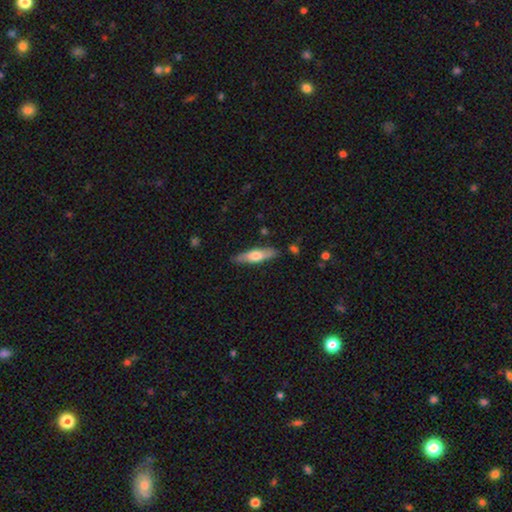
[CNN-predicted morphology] Overall: smooth (55%; featured or disk 40%). How rounded: cigar-shaped (70%). Merging: none (82%).